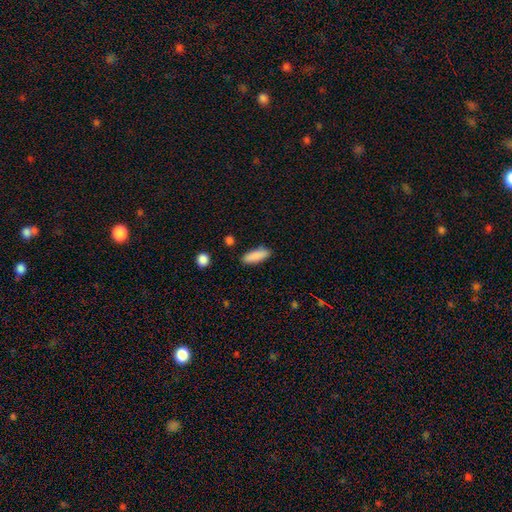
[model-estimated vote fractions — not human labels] Morphology: type=smooth (88%); roundness=in between (60%); merging=none (86%).